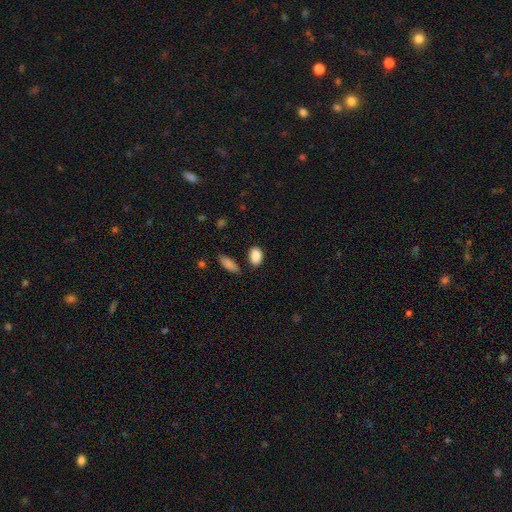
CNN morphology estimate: This appears to be a smooth galaxy with no disk features (88%) that is in between round and cigar-shaped (87%). Merging: none (73%).